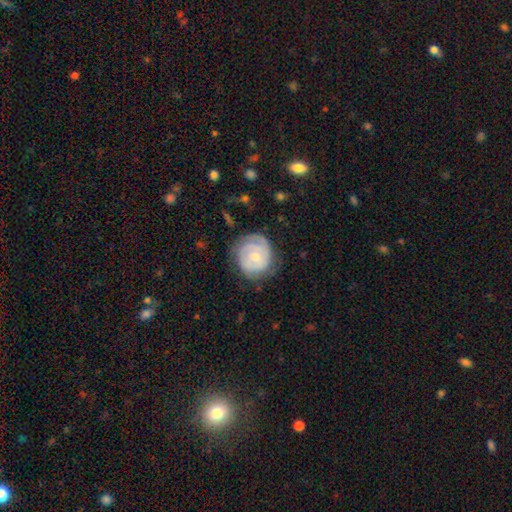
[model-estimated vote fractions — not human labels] featured or disk 72%, smooth 23%, star or artifact 5%. Down the decision tree: edge-on disk — no (98%); bar — no (67%); spiral arms — yes (87%); spiral arm count — 2 (39%); spiral winding — tight (69%); bulge size — moderate (54%); merging — none (68%).